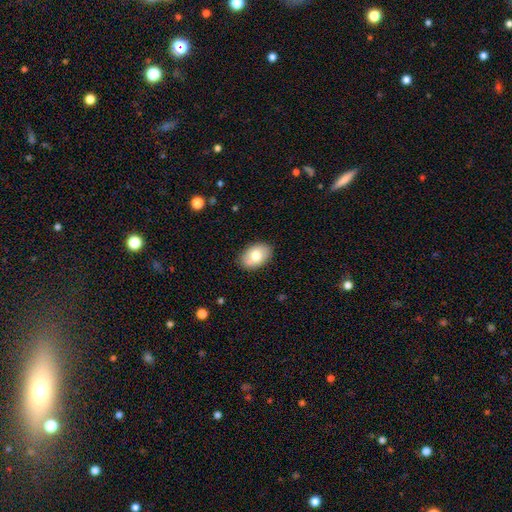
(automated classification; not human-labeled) Smooth or featured? Predicted: smooth (p=0.76). How rounded? Predicted: in between (p=0.89). Merging? Predicted: none (p=0.85).